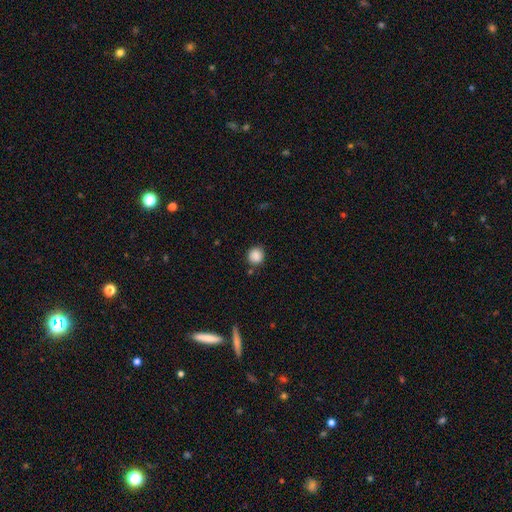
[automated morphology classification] Overall: smooth (87%). How rounded: round (90%). Merging: none (82%).